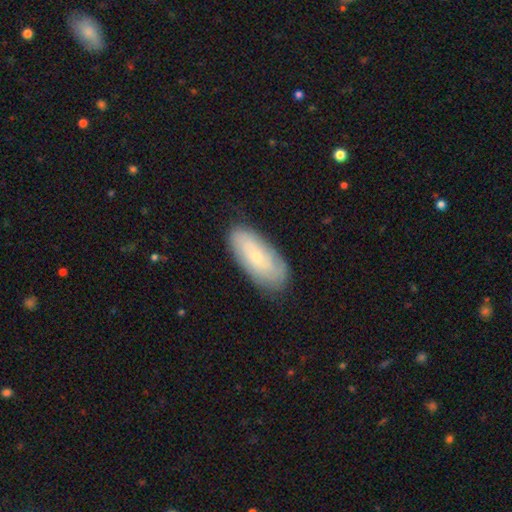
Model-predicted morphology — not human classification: A smooth galaxy with no disk features (53%) that is in between round and cigar-shaped (85%). Merging: none (81%).